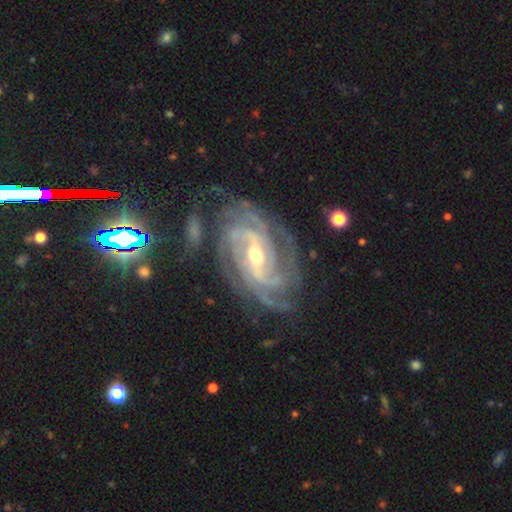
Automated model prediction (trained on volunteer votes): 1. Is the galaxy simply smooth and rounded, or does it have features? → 91% featured or disk, 6% star or artifact, 3% smooth.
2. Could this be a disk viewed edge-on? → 97% no, 3% yes.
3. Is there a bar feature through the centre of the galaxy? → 40% weak (tied), 40% strong (tied), 20% no.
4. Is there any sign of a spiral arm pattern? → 99% yes, 1% no.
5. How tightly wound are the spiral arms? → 67% tight, 28% medium, 4% loose.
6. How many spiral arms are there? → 30% 4, 23% 3, 15% can't tell, 15% 2, 11% more than 4, 7% 1.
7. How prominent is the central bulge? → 50% small, 46% moderate, 2% large, 1% none, 1% dominant.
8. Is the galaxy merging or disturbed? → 74% none, 16% minor disturbance, 7% major disturbance, 2% merger.